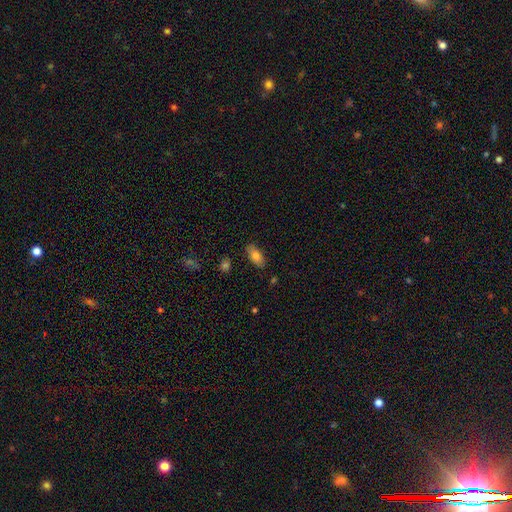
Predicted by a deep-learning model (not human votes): smooth_or_featured: smooth (p=0.78) [alt: featured or disk p=0.15]
how_rounded: in between (p=0.89) [alt: cigar-shaped p=0.08]
merging: none (p=0.85) [alt: minor disturbance p=0.11]